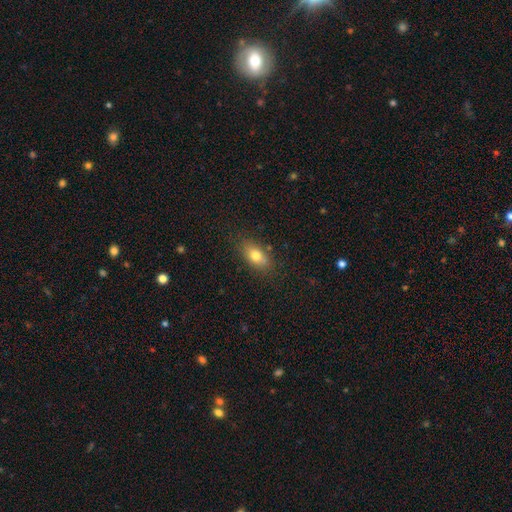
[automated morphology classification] smooth-or-featured: smooth: 77% | featured or disk: 14% | star or artifact: 9%
  how-rounded: in between: 85% | round: 8% | cigar-shaped: 7%
  merging: none: 81% | minor disturbance: 14% | major disturbance: 3% | merger: 2%